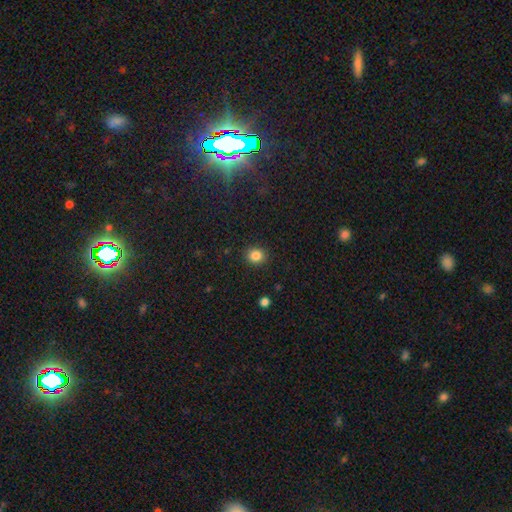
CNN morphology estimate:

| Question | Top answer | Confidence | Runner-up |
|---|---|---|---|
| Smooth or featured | smooth | 85% | star or artifact (11%) |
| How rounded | round | 79% | in between (20%) |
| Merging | none | 90% | minor disturbance (7%) |